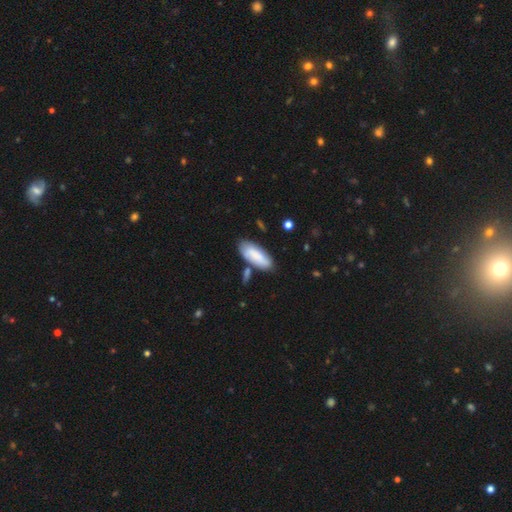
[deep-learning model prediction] This is clearly a smooth galaxy (81%). How rounded: likely in between (77%). Merging: likely none (69%).